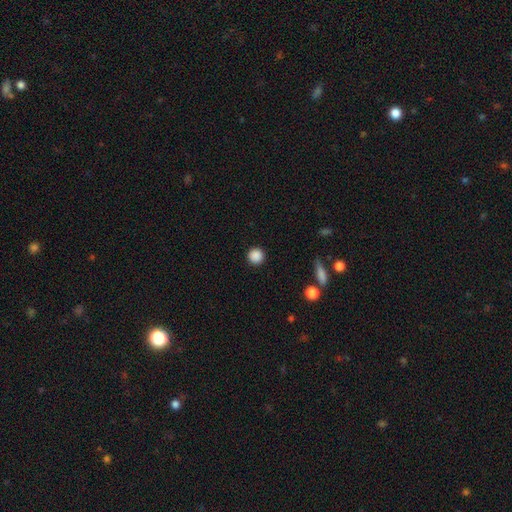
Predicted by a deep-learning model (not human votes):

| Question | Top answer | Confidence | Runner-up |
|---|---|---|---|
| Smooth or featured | smooth | 88% | star or artifact (9%) |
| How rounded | round | 95% | in between (4%) |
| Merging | none | 91% | minor disturbance (5%) |